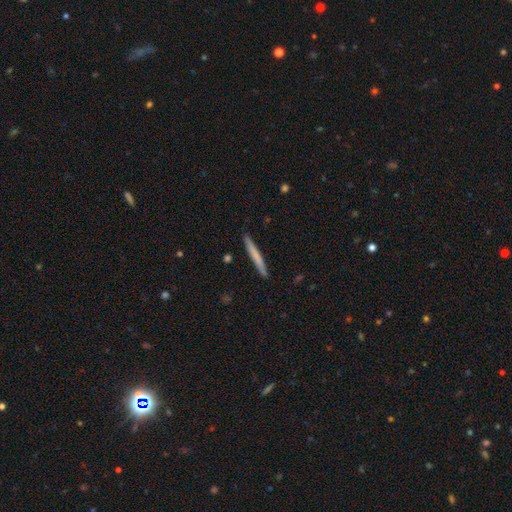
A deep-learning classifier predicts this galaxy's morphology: type=smooth (68%); roundness=cigar-shaped (97%); merging=none (91%).